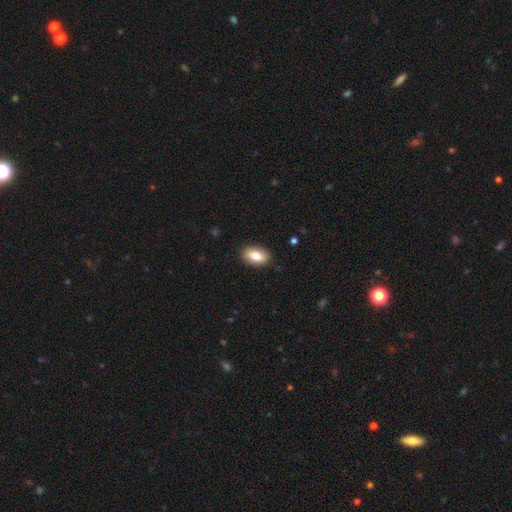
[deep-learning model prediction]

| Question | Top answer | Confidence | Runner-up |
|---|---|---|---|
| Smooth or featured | smooth | 81% | featured or disk (12%) |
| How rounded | in between | 91% | round (7%) |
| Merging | none | 88% | minor disturbance (9%) |